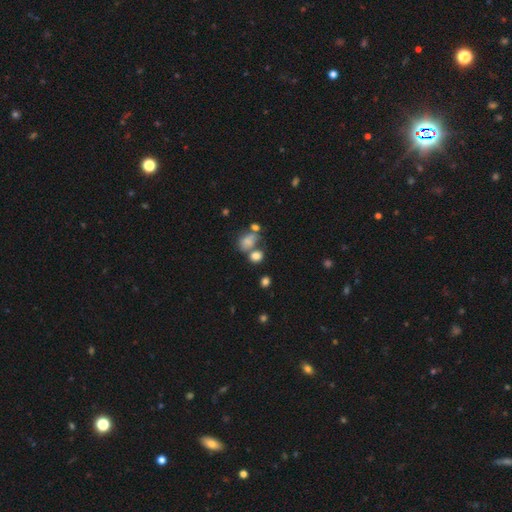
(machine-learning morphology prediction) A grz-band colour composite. It shows a smooth galaxy with no disk features (76%) that is in between round and cigar-shaped (53%). Merging: none (43%).